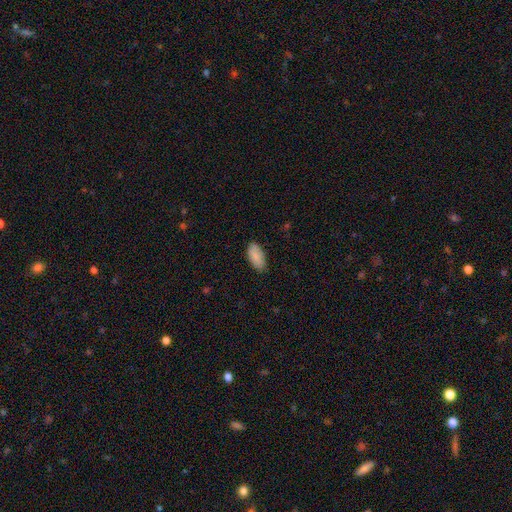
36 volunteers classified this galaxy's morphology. type=smooth (86%); roundness=in between (94%); merging=none (86%).